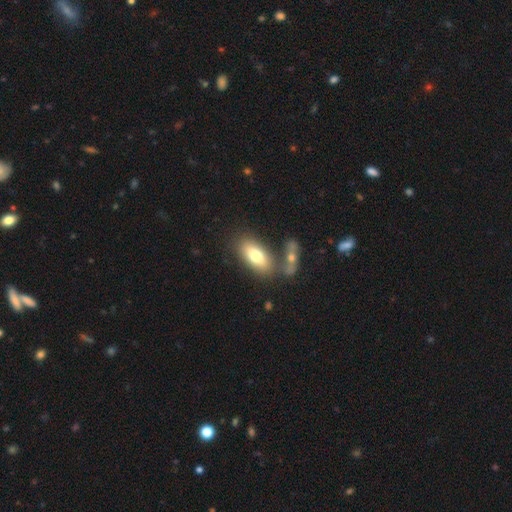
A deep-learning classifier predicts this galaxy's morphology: A smooth galaxy with no disk features (74%) that is in between round and cigar-shaped (86%).

Vote fractions:
- Smooth or featured? smooth: 74% / featured or disk: 19% / star or artifact: 7%
- How rounded? in between: 86% / cigar-shaped: 11% / round: 3%
- Merging? none: 61% / merger: 22% / minor disturbance: 13% / major disturbance: 5%